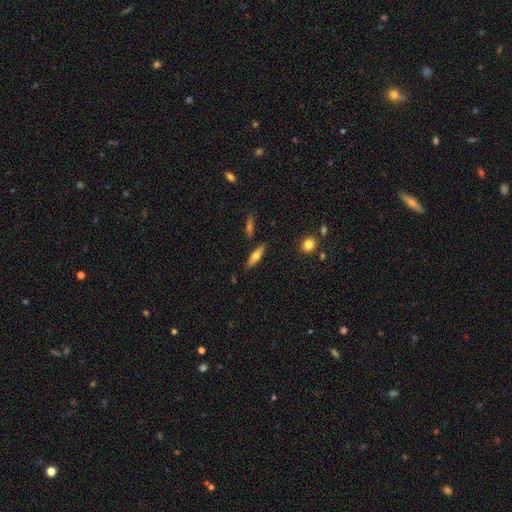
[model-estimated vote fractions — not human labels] smooth 58%, featured or disk 35%, star or artifact 7%. Down the decision tree: how rounded — cigar-shaped (59%); merging — none (83%).